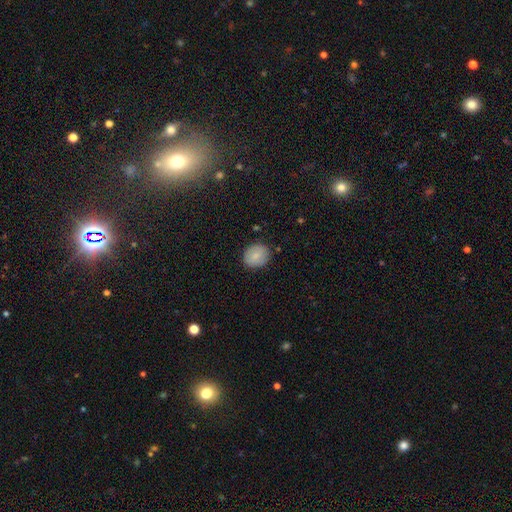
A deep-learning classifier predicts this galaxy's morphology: Smooth or featured: smooth — 81% (featured or disk — 12%)
How rounded: round — 66% (in between — 33%)
Merging: none — 85% (minor disturbance — 11%)